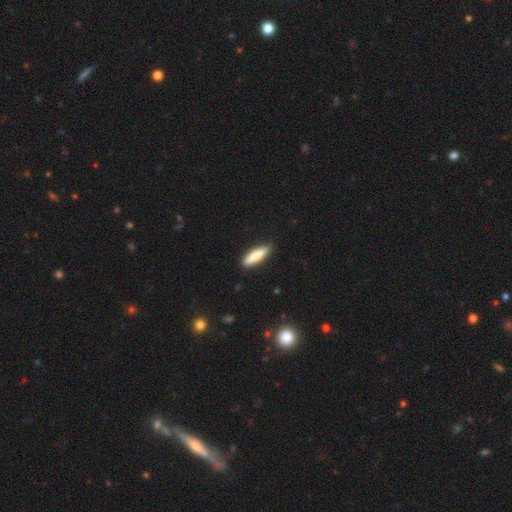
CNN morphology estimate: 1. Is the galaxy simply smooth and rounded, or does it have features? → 81% smooth, 14% featured or disk, 6% star or artifact.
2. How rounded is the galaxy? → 66% cigar-shaped, 32% in between, 2% round.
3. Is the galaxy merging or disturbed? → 88% none, 9% minor disturbance, 2% major disturbance, 1% merger.